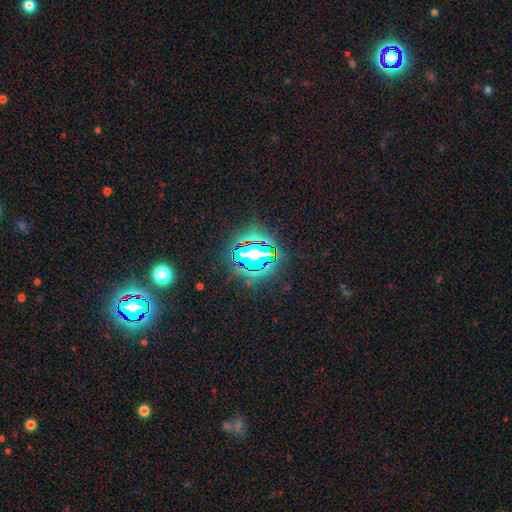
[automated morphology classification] The model was most divided on "smooth or featured": star or artifact: 81%, smooth: 12%, featured or disk: 7%.